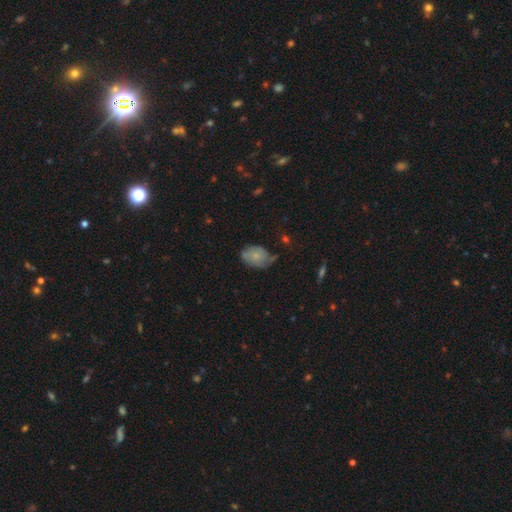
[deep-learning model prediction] This is possibly a smooth galaxy (60%). How rounded: likely in between (78%). Merging: possibly none (47%).